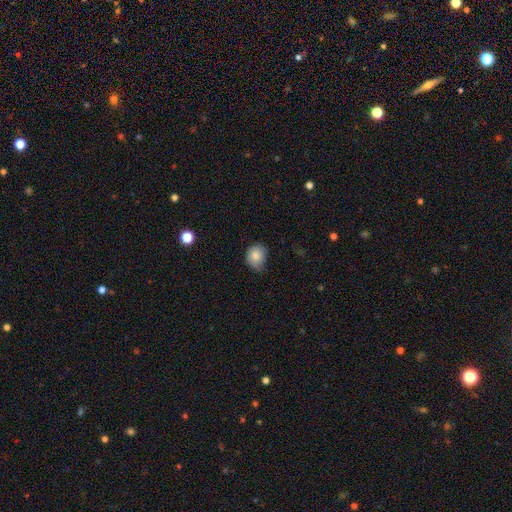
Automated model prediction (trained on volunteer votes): smooth-or-featured: smooth: 81% | featured or disk: 10% | star or artifact: 9%
  how-rounded: round: 66% | in between: 33% | cigar-shaped: 1%
  merging: none: 56% | minor disturbance: 35% | major disturbance: 7% | merger: 1%